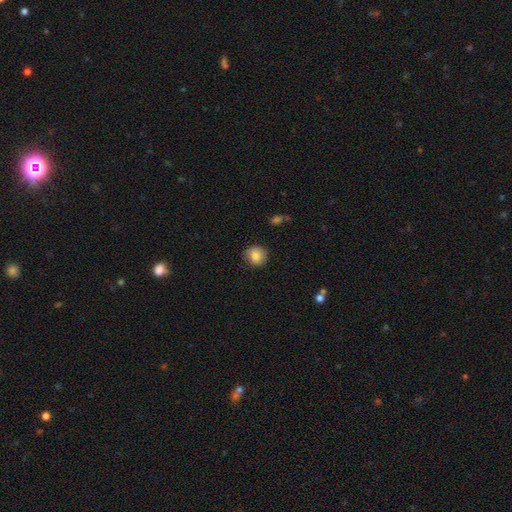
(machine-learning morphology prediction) Smooth or featured?
  - smooth: 85% *
  - star or artifact: 9%
  - featured or disk: 6%
How rounded?
  - round: 87% *
  - in between: 12%
  - cigar-shaped: 1%
Merging?
  - none: 81% *
  - minor disturbance: 15%
  - major disturbance: 3%
  - merger: 1%